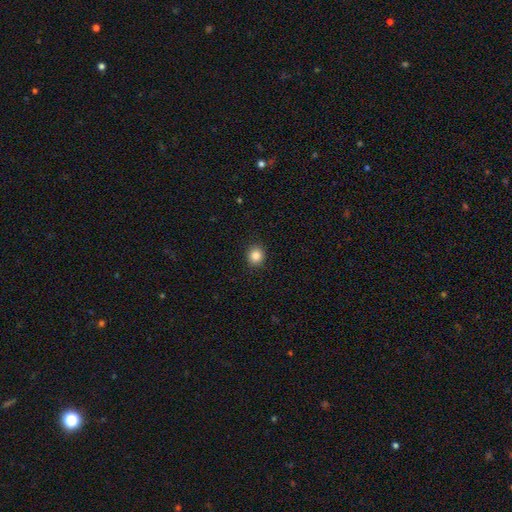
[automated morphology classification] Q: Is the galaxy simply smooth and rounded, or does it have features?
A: smooth — 85%.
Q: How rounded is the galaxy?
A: round — 83%.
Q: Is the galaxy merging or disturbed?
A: none — 91%.